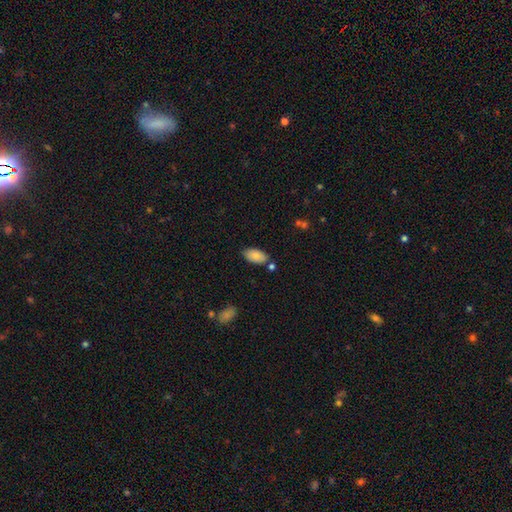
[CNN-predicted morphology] smooth 85%, featured or disk 8%, star or artifact 7%. Down the decision tree: how rounded — in between (94%); merging — none (74%).